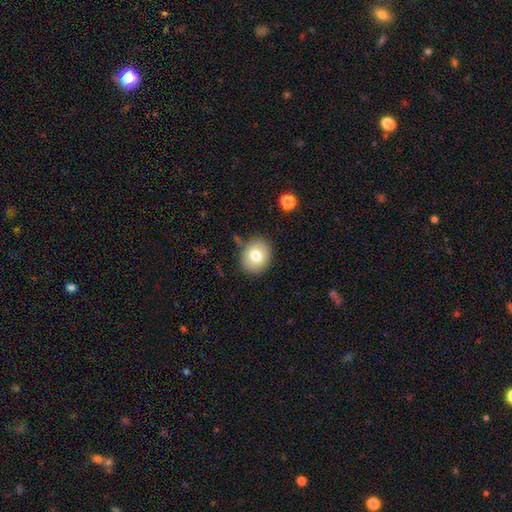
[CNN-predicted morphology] The model was most divided on "how rounded": round: 74%, in between: 25%, cigar-shaped: 1%. More confident: merging — none (80%); smooth or featured — smooth (77%).